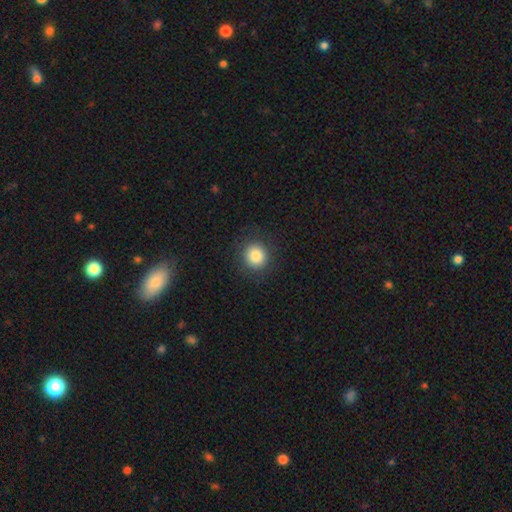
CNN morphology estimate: Smooth or featured: smooth — 85% (star or artifact — 10%)
How rounded: round — 92% (in between — 8%)
Merging: none — 90% (minor disturbance — 6%)